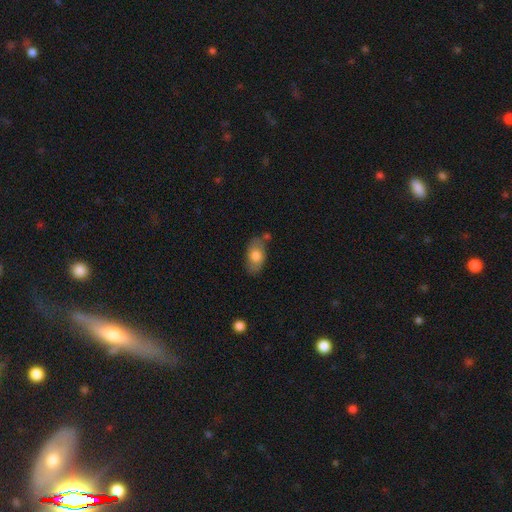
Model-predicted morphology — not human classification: Smooth or featured?
  - smooth: 73% *
  - featured or disk: 20%
  - star or artifact: 6%
How rounded?
  - in between: 91% *
  - round: 6%
  - cigar-shaped: 3%
Merging?
  - none: 69% *
  - minor disturbance: 20%
  - merger: 7%
  - major disturbance: 5%